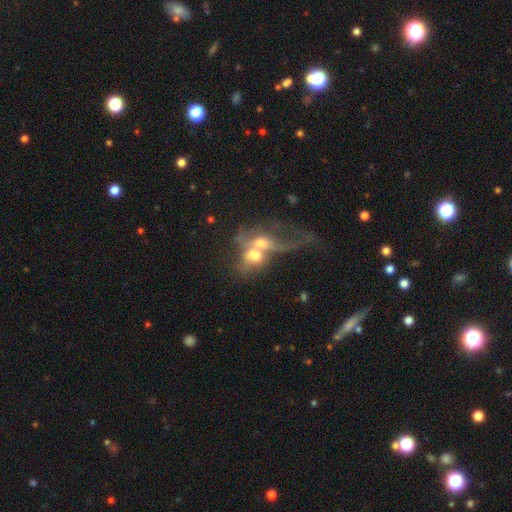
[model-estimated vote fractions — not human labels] The model was most divided on "smooth or featured": featured or disk: 47%, smooth: 41%, star or artifact: 12%. More confident: merging — merger (75%).